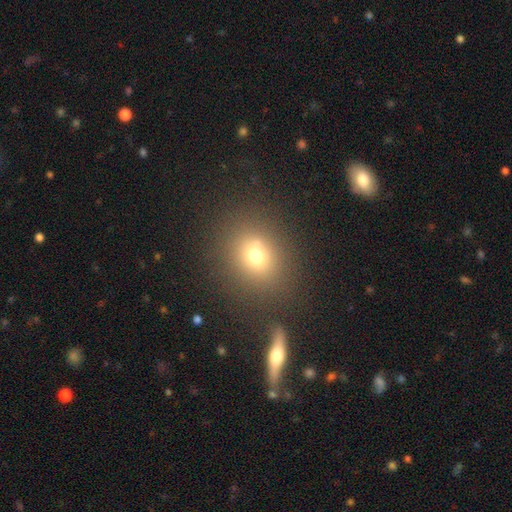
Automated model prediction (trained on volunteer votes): The model was most divided on "how rounded": round: 70%, in between: 28%, cigar-shaped: 1%. More confident: merging — none (74%); smooth or featured — smooth (70%).